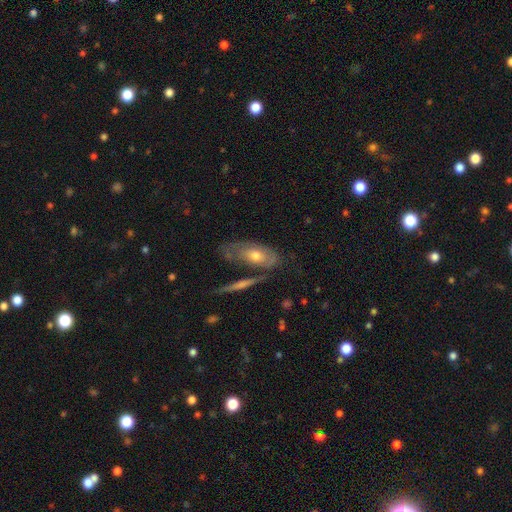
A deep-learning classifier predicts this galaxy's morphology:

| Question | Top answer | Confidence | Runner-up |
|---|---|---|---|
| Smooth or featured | featured or disk | 51% | smooth (42%) |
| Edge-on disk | no | 76% | yes (24%) |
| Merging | none | 53% | minor disturbance (22%) |